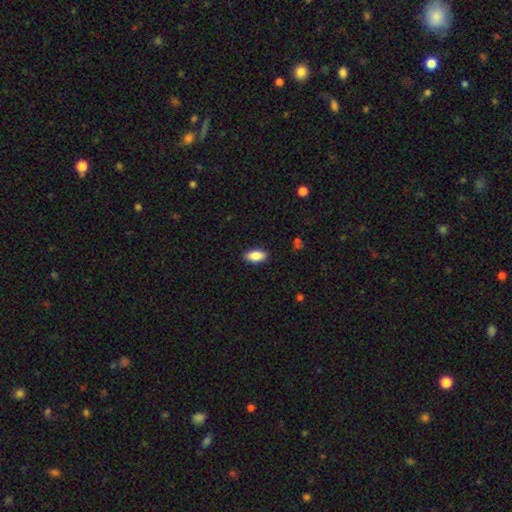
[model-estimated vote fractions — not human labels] This appears to be a smooth galaxy with no disk features (87%) that is in between round and cigar-shaped (89%). Merging: none (89%).